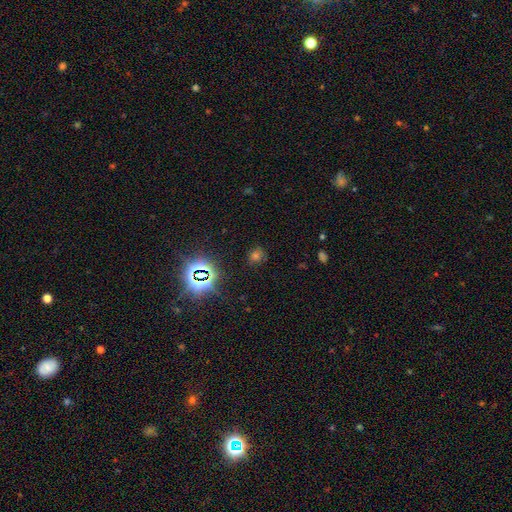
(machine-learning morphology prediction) A star or artifact, not a galaxy (50%).